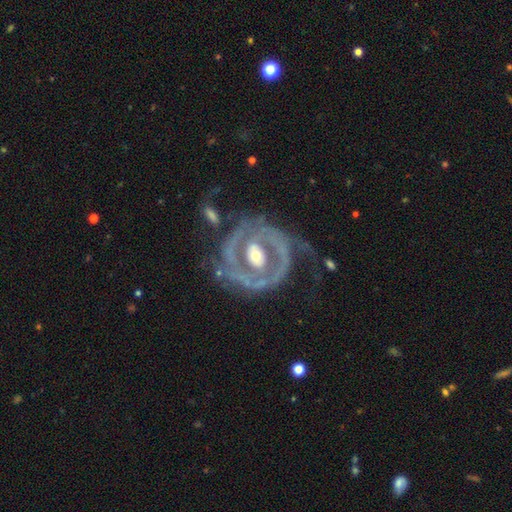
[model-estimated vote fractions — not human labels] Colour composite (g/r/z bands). It shows a featured or disk galaxy (86%) with no bar (55%), 2 (46%) tight (51%) spiral arms (75%) and a moderate central bulge (64%). Merging: none (50%).